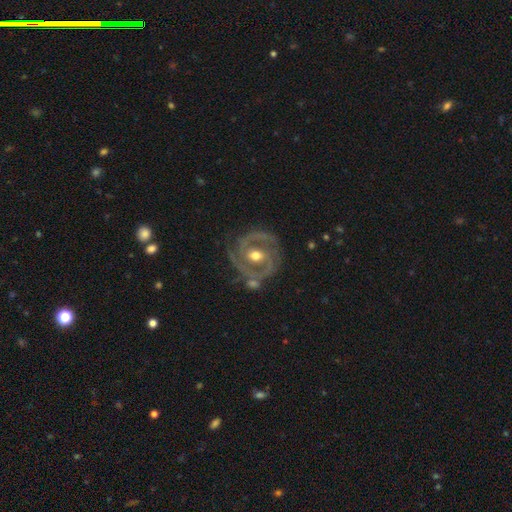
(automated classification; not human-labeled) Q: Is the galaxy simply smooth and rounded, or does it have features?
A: featured or disk — 89%.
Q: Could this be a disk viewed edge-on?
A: no — 98%.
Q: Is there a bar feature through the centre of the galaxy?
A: no — 46%.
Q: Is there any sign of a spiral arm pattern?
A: yes — 96%.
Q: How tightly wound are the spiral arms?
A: tight — 55%.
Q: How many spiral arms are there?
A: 2 — 67%.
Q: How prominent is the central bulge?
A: moderate — 79%.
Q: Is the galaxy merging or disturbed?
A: none — 70%.